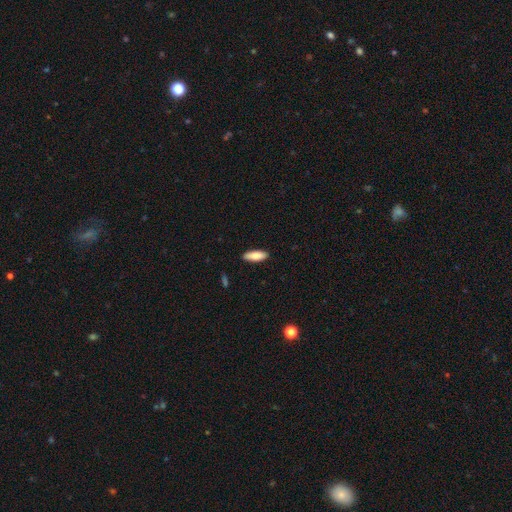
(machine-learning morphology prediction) Overall: smooth (85%). How rounded: in between (60%; cigar-shaped 38%). Merging: none (88%).